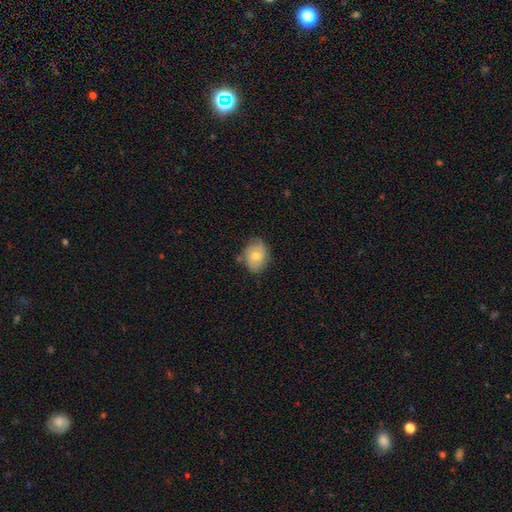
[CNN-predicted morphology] smooth_or_featured: smooth (p=0.61) [alt: featured or disk p=0.30]
how_rounded: in between (p=0.50) [alt: round p=0.49]
merging: none (p=0.73) [alt: minor disturbance p=0.21]